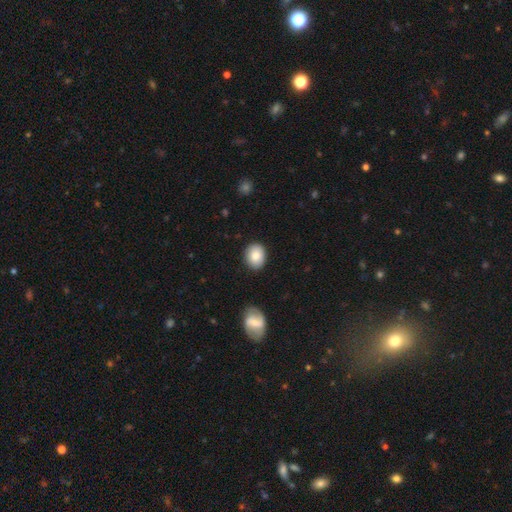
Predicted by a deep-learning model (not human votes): Q: Smooth or featured?
A: smooth (83%); runner-up: featured or disk (10%)
Q: How rounded?
A: round (50%); runner-up: in between (49%)
Q: Merging?
A: none (87%); runner-up: minor disturbance (9%)